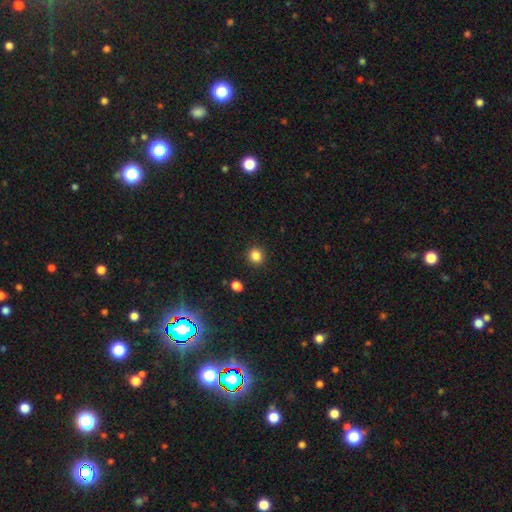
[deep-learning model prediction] Smooth or featured? smooth (86%)
How rounded? round (88%)
Merging? none (91%)